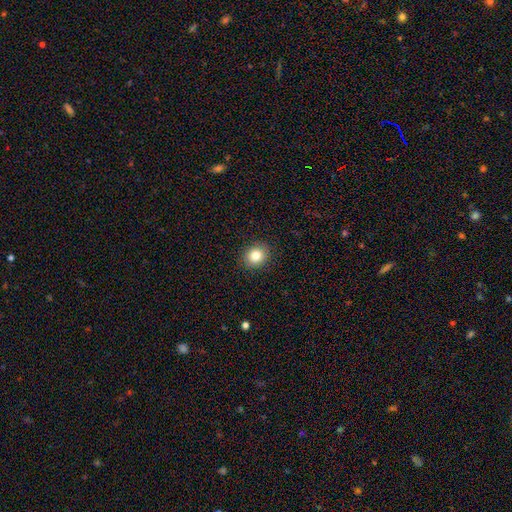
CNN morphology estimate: type=smooth (83%); roundness=round (69%); merging=none (90%).